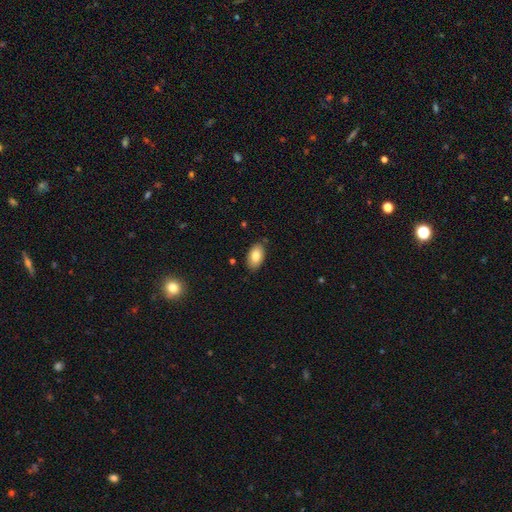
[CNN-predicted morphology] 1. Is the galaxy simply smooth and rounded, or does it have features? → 81% smooth, 12% featured or disk, 7% star or artifact.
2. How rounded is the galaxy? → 93% in between, 5% round, 1% cigar-shaped.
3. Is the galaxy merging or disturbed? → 84% none, 12% minor disturbance, 2% major disturbance, 2% merger.